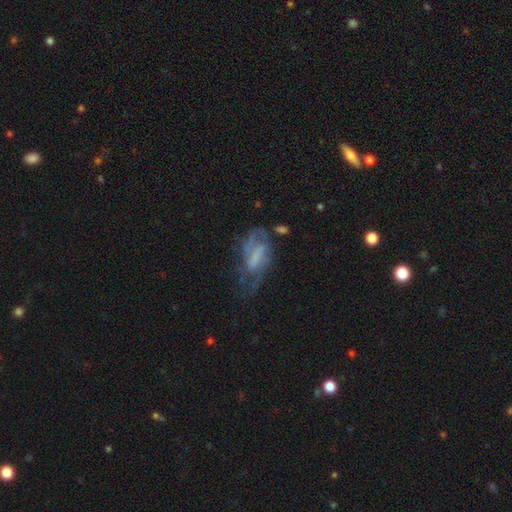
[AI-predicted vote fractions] A featured or disk galaxy (63%) with no bar (40%), spiral arms (68%) and no central bulge (53%). Merging: none (35%, tied with major disturbance).